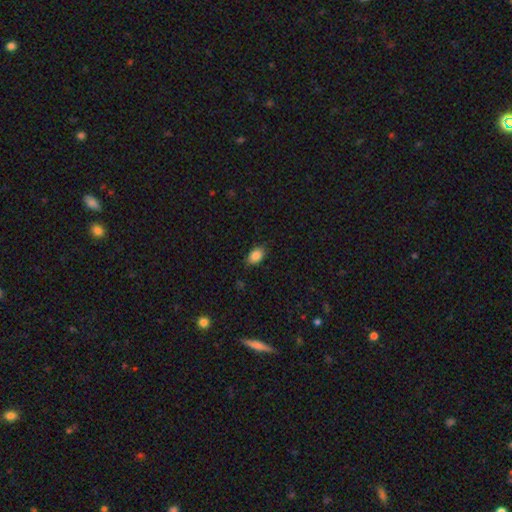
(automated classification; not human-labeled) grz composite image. It shows a smooth galaxy with no disk features (86%) that is in between round and cigar-shaped (87%). Merging: none (84%).